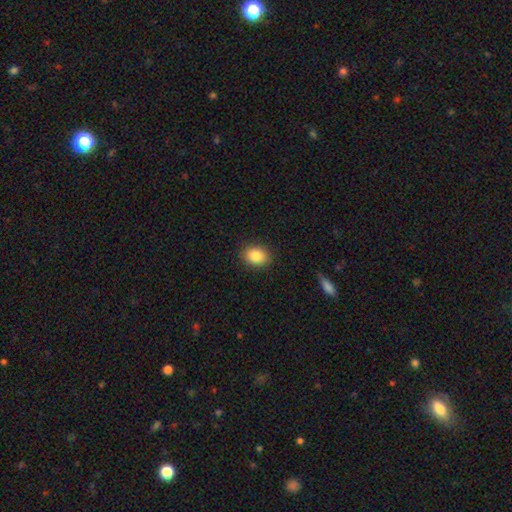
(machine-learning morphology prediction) Q: Smooth or featured?
A: smooth (85%); runner-up: star or artifact (9%)
Q: How rounded?
A: in between (59%); runner-up: round (40%)
Q: Merging?
A: none (89%); runner-up: minor disturbance (8%)